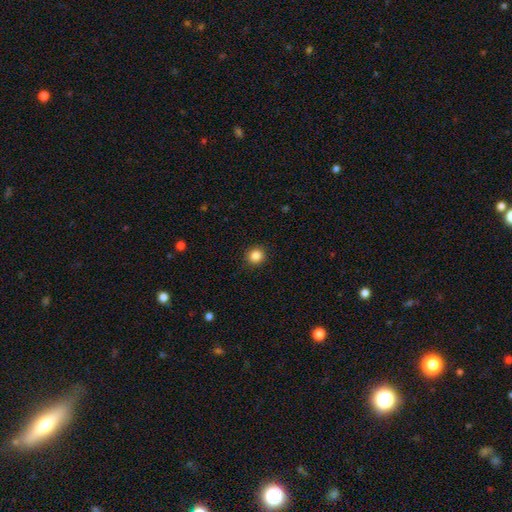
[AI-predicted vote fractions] smooth-or-featured: smooth: 86% | star or artifact: 10% | featured or disk: 4%
  how-rounded: round: 91% | in between: 8% | cigar-shaped: 1%
  merging: none: 92% | minor disturbance: 6% | major disturbance: 2% | merger: 1%